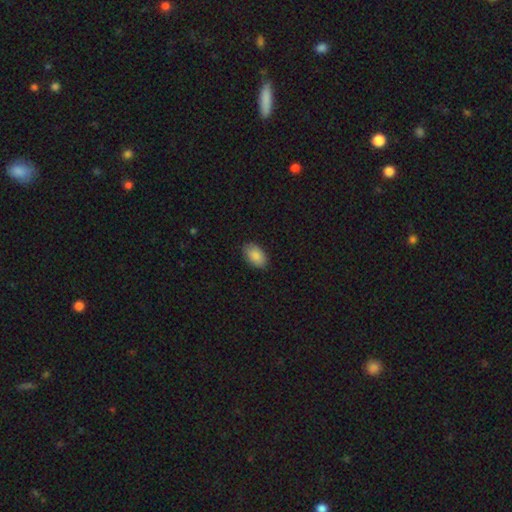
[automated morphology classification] Smooth or featured? smooth (88%)
How rounded? in between (92%)
Merging? none (87%)